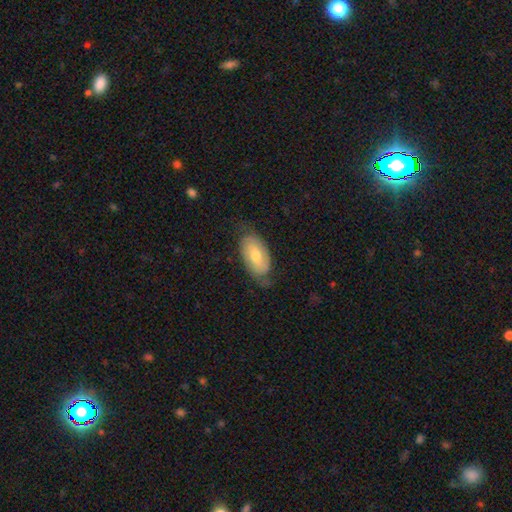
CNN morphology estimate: type=smooth (51%); roundness=in between (93%); merging=none (65%).